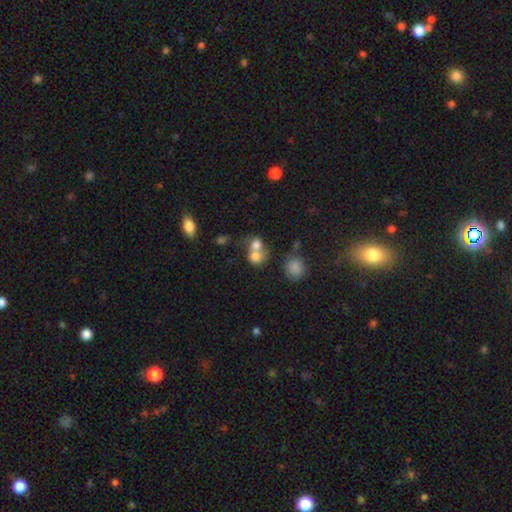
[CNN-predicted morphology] Smooth or featured? smooth (74%)
How rounded? round (70%)
Merging? merger (64%)